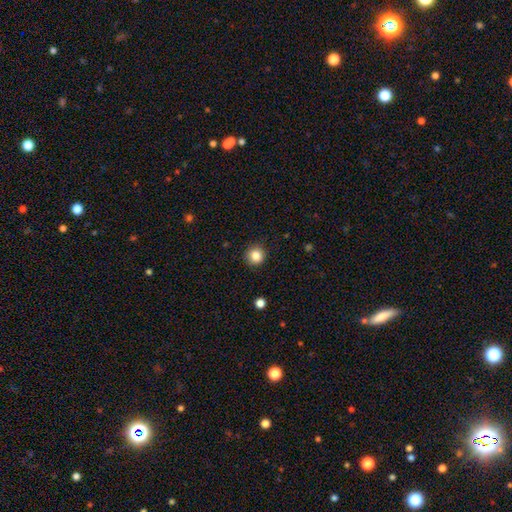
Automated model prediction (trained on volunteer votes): Q: Smooth or featured?
A: smooth (85%); runner-up: star or artifact (10%)
Q: How rounded?
A: round (93%); runner-up: in between (6%)
Q: Merging?
A: none (91%); runner-up: minor disturbance (7%)